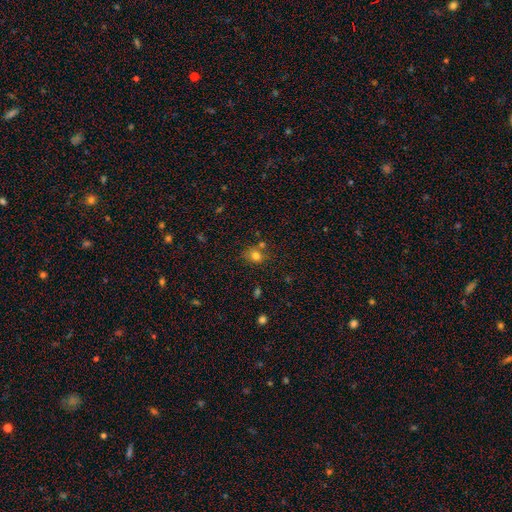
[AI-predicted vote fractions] Morphology: type=smooth (77%); roundness=round (62%); merging=none (61%).